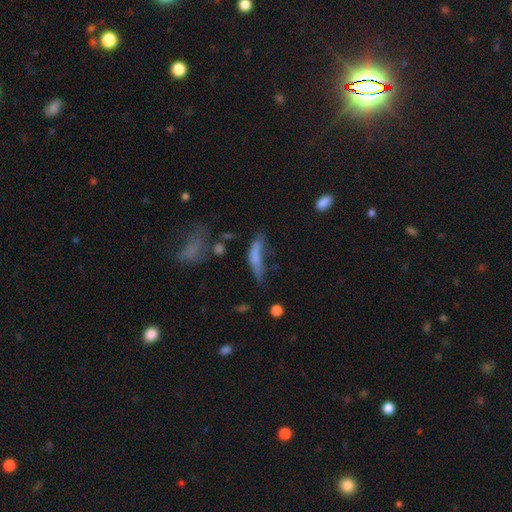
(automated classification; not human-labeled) Smooth or featured: smooth — 62% (featured or disk — 26%)
How rounded: cigar-shaped — 68% (in between — 28%)
Merging: major disturbance — 31% (none — 29%)